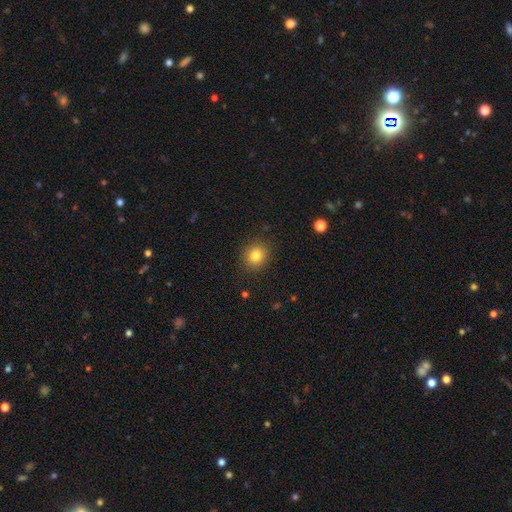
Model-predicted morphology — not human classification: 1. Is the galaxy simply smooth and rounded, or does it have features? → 82% smooth, 11% star or artifact, 7% featured or disk.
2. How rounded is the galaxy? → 79% round, 20% in between, 1% cigar-shaped.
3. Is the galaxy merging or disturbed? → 88% none, 8% minor disturbance, 3% major disturbance, 1% merger.